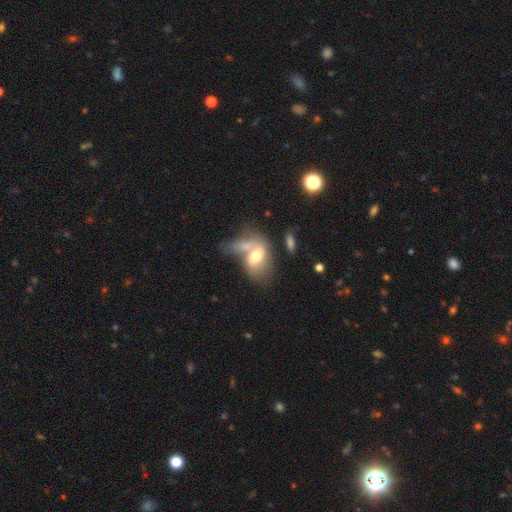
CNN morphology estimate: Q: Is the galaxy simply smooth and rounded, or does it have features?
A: smooth — 56%.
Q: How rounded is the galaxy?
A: in between — 79%.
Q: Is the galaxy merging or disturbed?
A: merger — 55%.